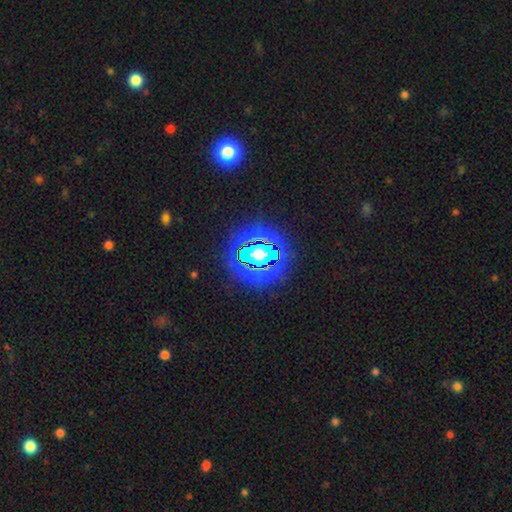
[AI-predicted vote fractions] smooth-or-featured: star or artifact: 73% | smooth: 15% | featured or disk: 11%